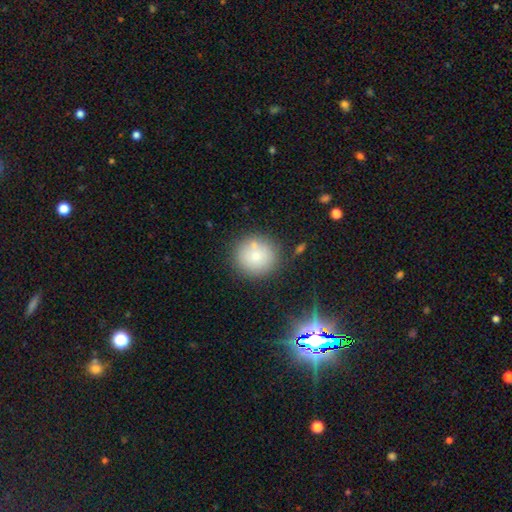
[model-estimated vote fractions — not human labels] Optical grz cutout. It shows a smooth galaxy with no disk features (77%) that is round (92%). Merging: none (75%).